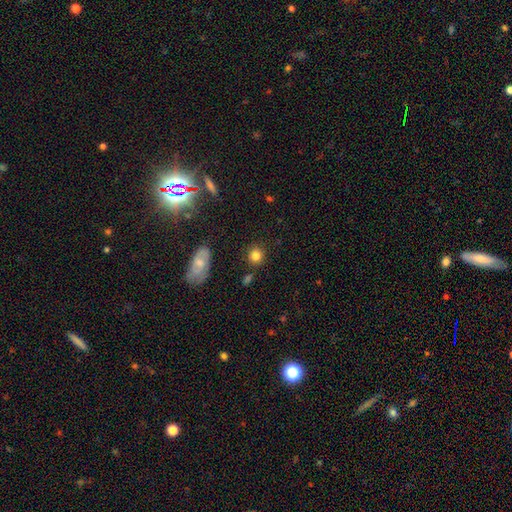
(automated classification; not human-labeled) A smooth galaxy with no disk features (82%) that is round (86%).

Vote fractions:
- Smooth or featured? smooth: 82% / star or artifact: 10% / featured or disk: 7%
- How rounded? round: 86% / in between: 13% / cigar-shaped: 1%
- Merging? none: 85% / minor disturbance: 9% / merger: 3% / major disturbance: 3%